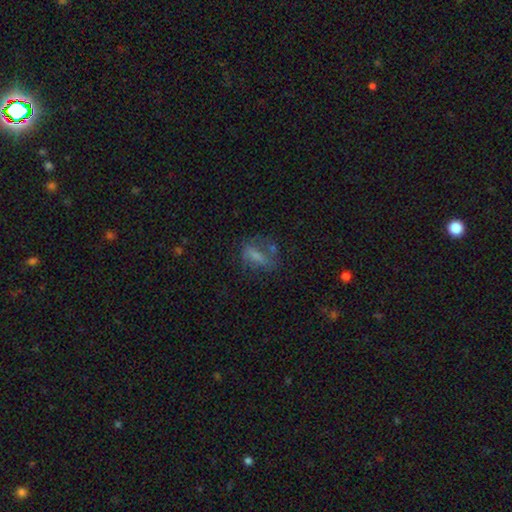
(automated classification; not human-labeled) This is possibly a smooth galaxy (49%). Merging: possibly none (54%).